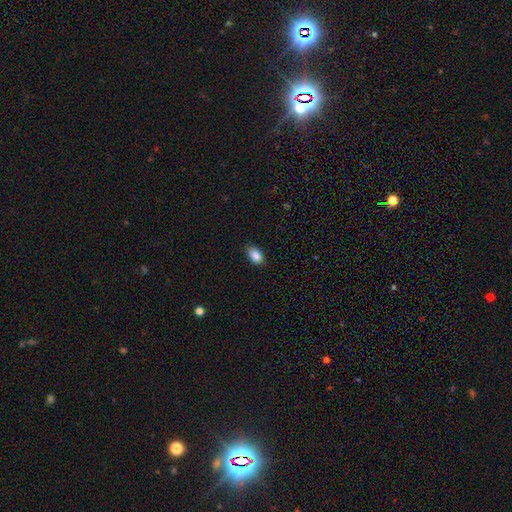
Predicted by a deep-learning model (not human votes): A smooth galaxy with no disk features (88%) that is in between round and cigar-shaped (91%). Merging: none (84%).